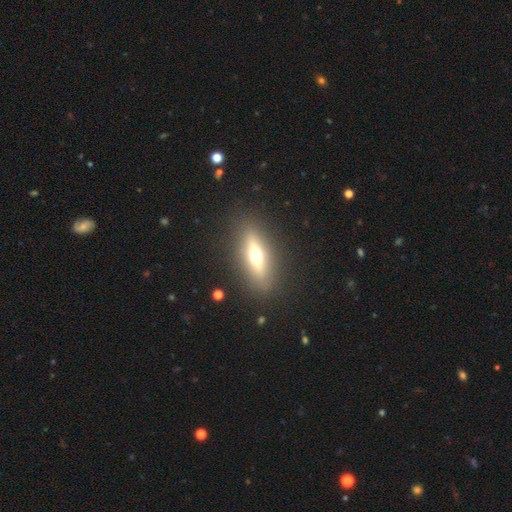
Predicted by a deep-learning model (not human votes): Smooth or featured: featured or disk — 53% (smooth — 39%)
Edge-on disk: yes — 83% (no — 17%)
Merging: none — 87% (minor disturbance — 8%)